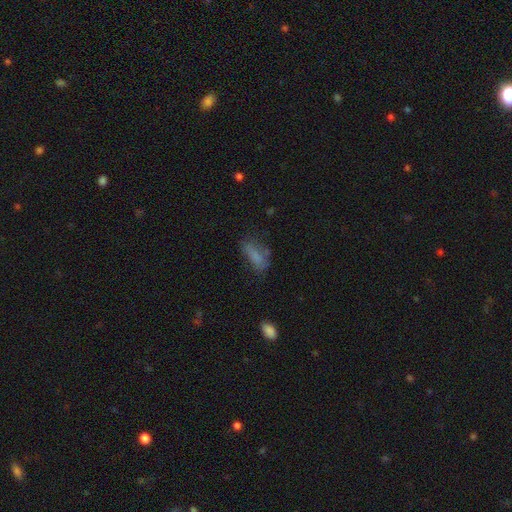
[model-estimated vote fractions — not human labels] smooth-or-featured: smooth: 74% | featured or disk: 15% | star or artifact: 12%
  how-rounded: in between: 69% | cigar-shaped: 27% | round: 3%
  merging: none: 52% | minor disturbance: 27% | major disturbance: 16% | merger: 5%